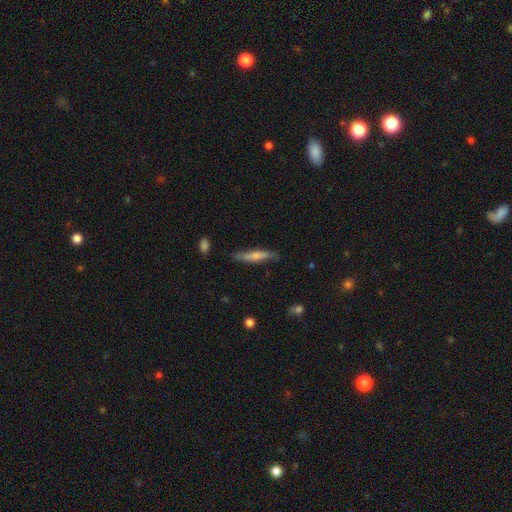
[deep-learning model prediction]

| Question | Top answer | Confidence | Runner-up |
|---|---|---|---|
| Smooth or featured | smooth | 56% | featured or disk (38%) |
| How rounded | cigar-shaped | 87% | in between (11%) |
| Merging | none | 75% | minor disturbance (19%) |